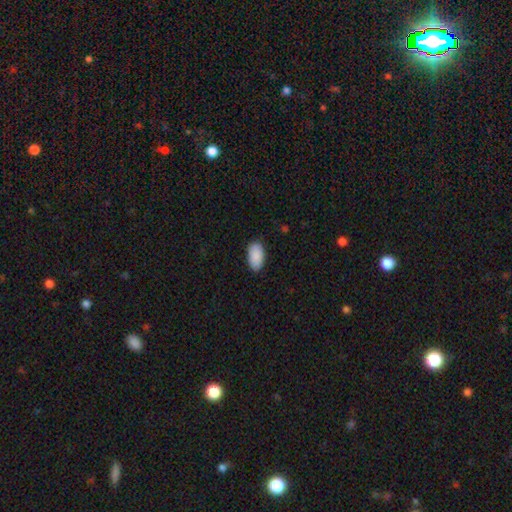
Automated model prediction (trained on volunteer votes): Smooth or featured? smooth (90%)
How rounded? in between (96%)
Merging? none (87%)